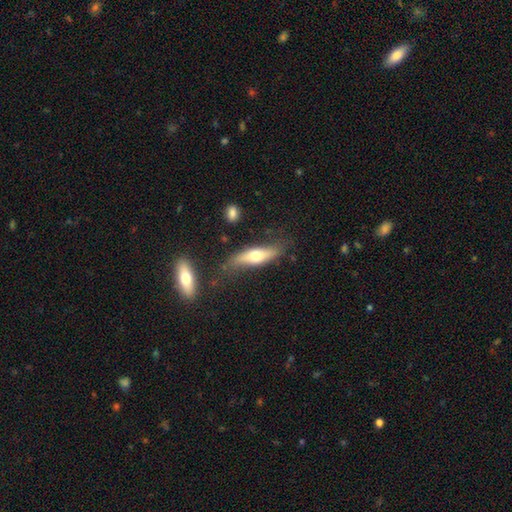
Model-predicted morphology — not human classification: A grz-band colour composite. It shows a smooth galaxy with no disk features (52%) that is cigar-shaped (60%). Merging: none (65%).